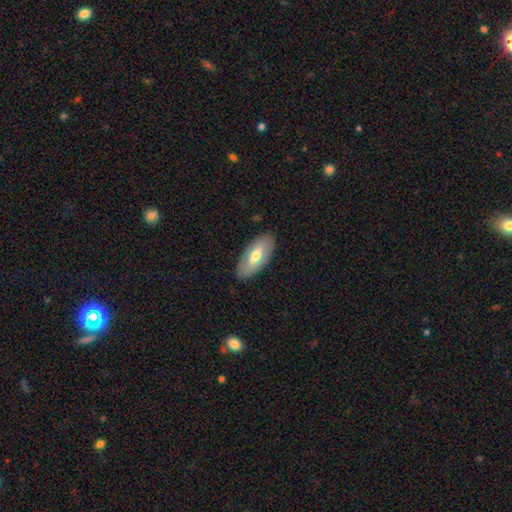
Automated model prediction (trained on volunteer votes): Smooth or featured?
  - smooth: 56% *
  - featured or disk: 39%
  - star or artifact: 5%
How rounded?
  - in between: 89% *
  - cigar-shaped: 9%
  - round: 2%
Merging?
  - none: 87% *
  - minor disturbance: 10%
  - major disturbance: 3%
  - merger: 1%